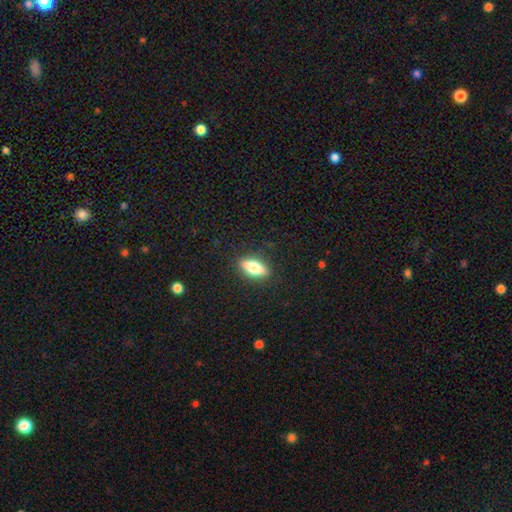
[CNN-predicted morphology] Q: Smooth or featured?
A: smooth (73%); runner-up: star or artifact (15%)
Q: How rounded?
A: in between (80%); runner-up: round (11%)
Q: Merging?
A: none (89%); runner-up: minor disturbance (7%)